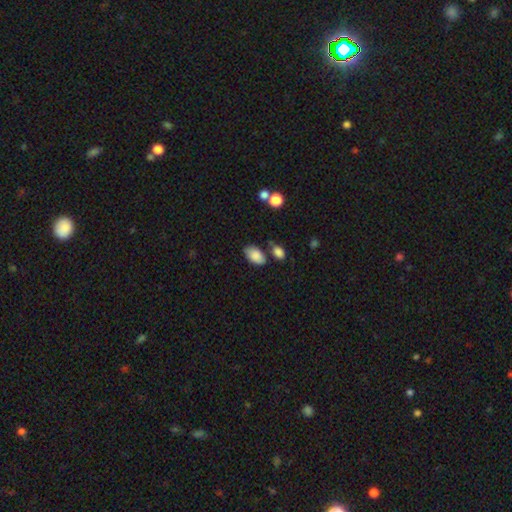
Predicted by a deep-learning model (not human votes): Smooth or featured? Predicted: smooth (p=0.86). How rounded? Predicted: in between (p=0.93). Merging? Predicted: none (p=0.69).